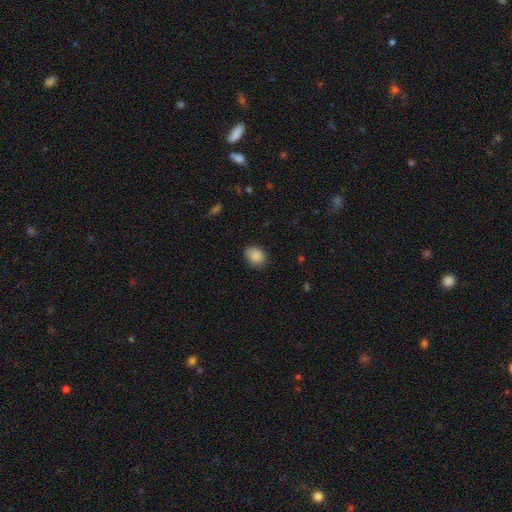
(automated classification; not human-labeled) A smooth galaxy with no disk features (88%) that is in between round and cigar-shaped (58%). Merging: none (80%).